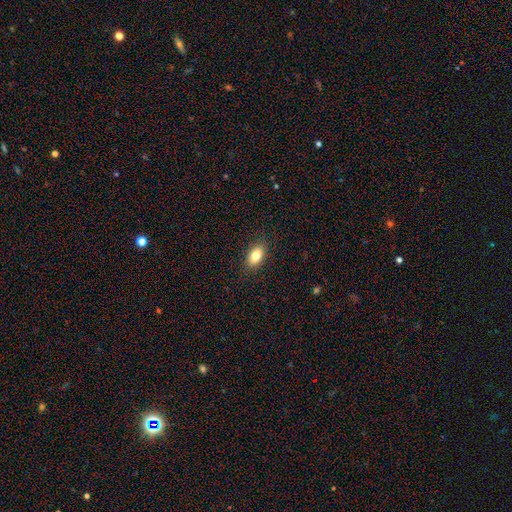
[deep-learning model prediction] Smooth or featured? Predicted: smooth (p=0.82). How rounded? Predicted: in between (p=0.90). Merging? Predicted: none (p=0.88).